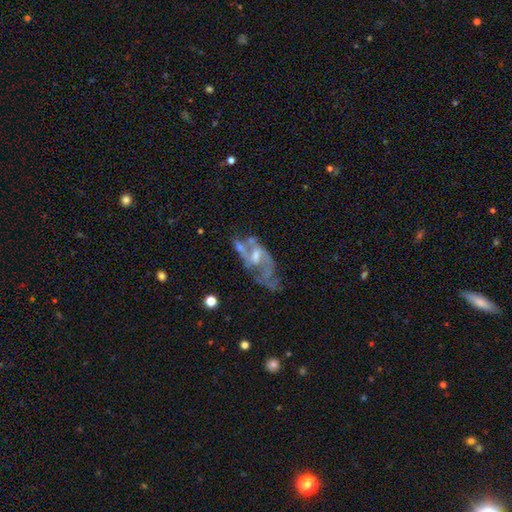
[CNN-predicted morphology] Smooth or featured: featured or disk — 77% (smooth — 13%)
Edge-on disk: no — 93% (yes — 7%)
Bar: weak — 45% (no — 40%)
Spiral arms: yes — 76% (no — 24%)
Spiral winding: loose — 42% (medium — 41%)
Spiral arm count: 2 — 60% (can't tell — 22%)
Bulge size: moderate — 41% (tied with small — 41%)
Merging: none — 37% (major disturbance — 25%)